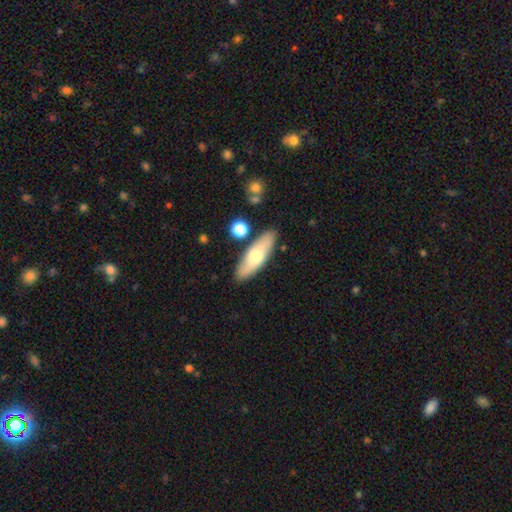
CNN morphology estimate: A smooth galaxy with no disk features (62%) that is in between round and cigar-shaped (54%). Merging: none (83%).